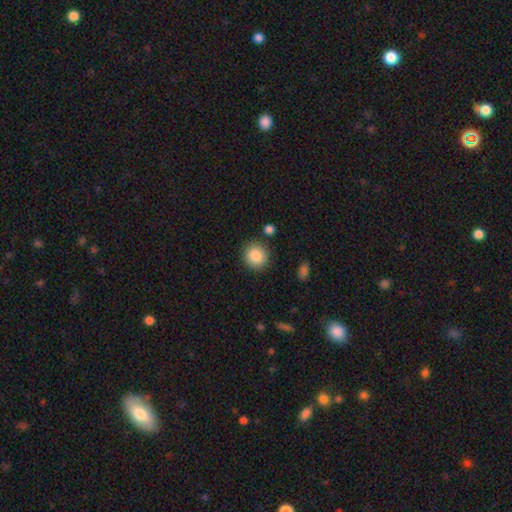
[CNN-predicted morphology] This is clearly a smooth galaxy (86%). How rounded: clearly round (90%). Merging: clearly none (87%).